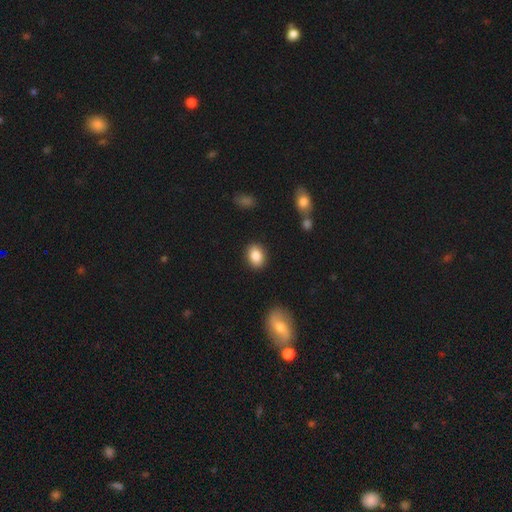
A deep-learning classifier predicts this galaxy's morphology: Overall: smooth (87%). How rounded: in between (66%; round 33%). Merging: none (88%).